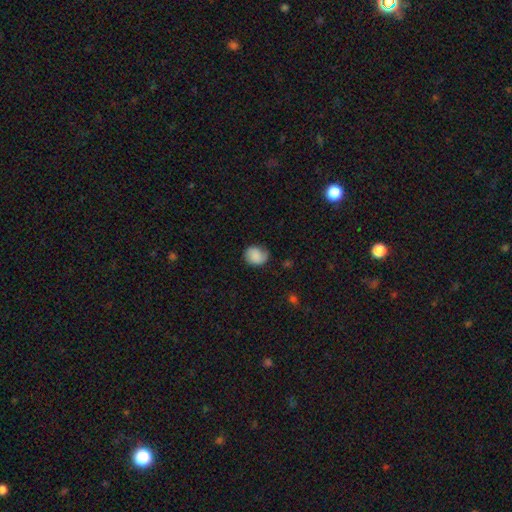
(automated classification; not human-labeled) This appears to be a smooth galaxy with no disk features (75%) that is round (67%). Merging: none (60%).